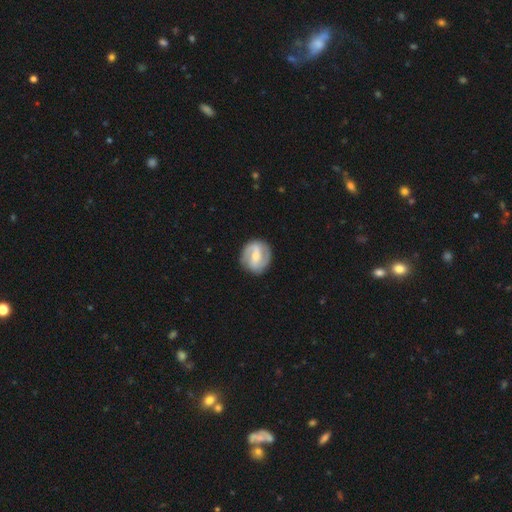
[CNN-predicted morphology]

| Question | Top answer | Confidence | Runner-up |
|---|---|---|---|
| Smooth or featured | featured or disk | 79% | smooth (16%) |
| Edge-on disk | no | 97% | yes (3%) |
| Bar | weak | 42% | strong (41%) |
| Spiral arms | yes | 92% | no (8%) |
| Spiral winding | medium | 45% | tight (35%) |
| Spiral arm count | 2 | 89% | can't tell (5%) |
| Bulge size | small | 50% | moderate (42%) |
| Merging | none | 86% | minor disturbance (10%) |